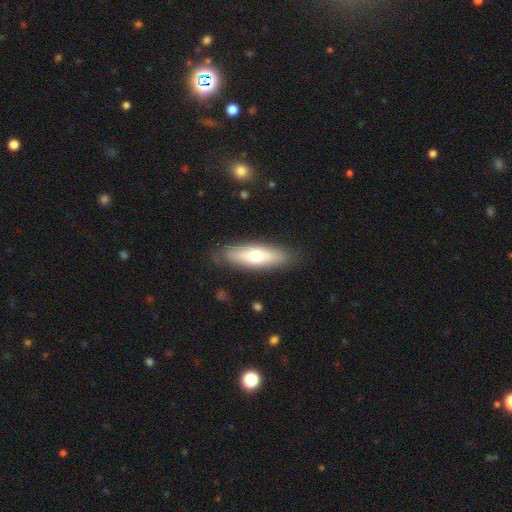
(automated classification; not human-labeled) Smooth or featured: smooth — 59% (featured or disk — 35%)
How rounded: cigar-shaped — 50% (in between — 48%)
Merging: none — 85% (minor disturbance — 11%)